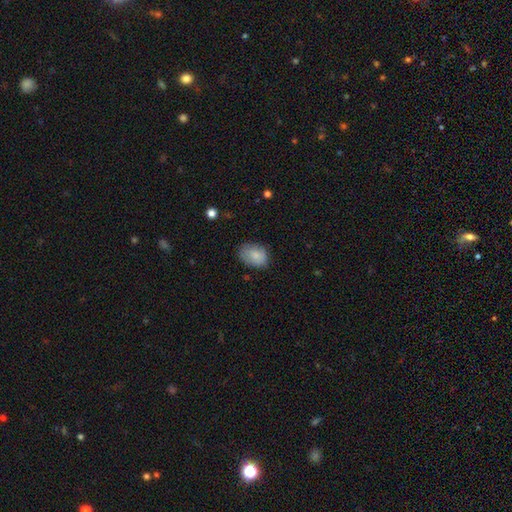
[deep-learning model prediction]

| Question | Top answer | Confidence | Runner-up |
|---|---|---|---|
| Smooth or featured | smooth | 84% | featured or disk (9%) |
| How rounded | in between | 79% | round (20%) |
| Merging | none | 73% | minor disturbance (21%) |